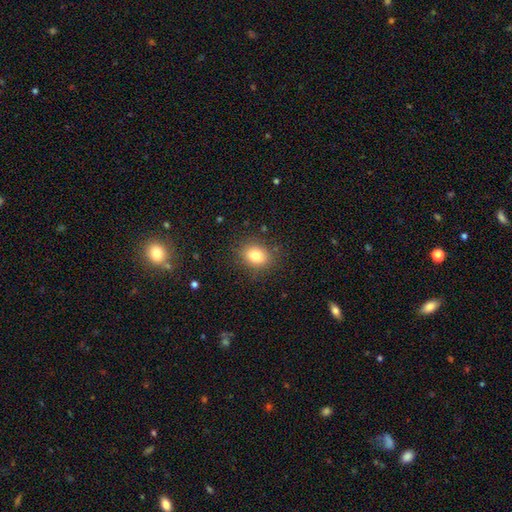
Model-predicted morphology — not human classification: A smooth galaxy with no disk features (81%) that is in between round and cigar-shaped (57%). Merging: none (84%).